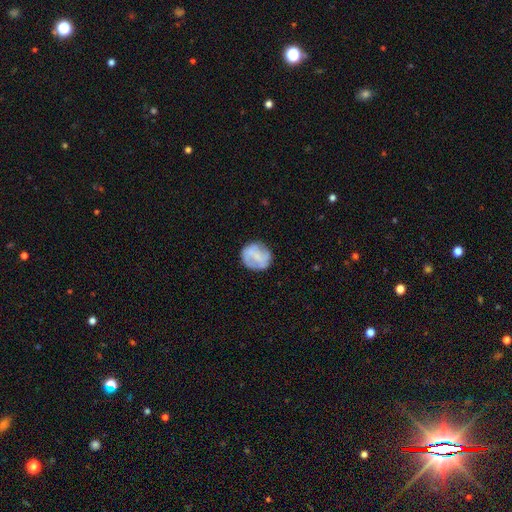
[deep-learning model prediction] Smooth or featured?
  - smooth: 51% *
  - featured or disk: 42%
  - star or artifact: 7%
How rounded?
  - round: 86% *
  - in between: 13%
  - cigar-shaped: 1%
Merging?
  - none: 75% *
  - minor disturbance: 17%
  - major disturbance: 7%
  - merger: 2%